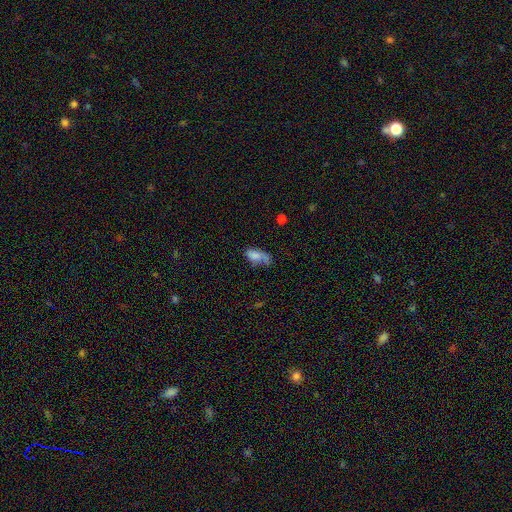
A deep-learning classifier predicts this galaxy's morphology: A smooth galaxy with no disk features (73%) that is in between round and cigar-shaped (86%). Merging: none (33%).